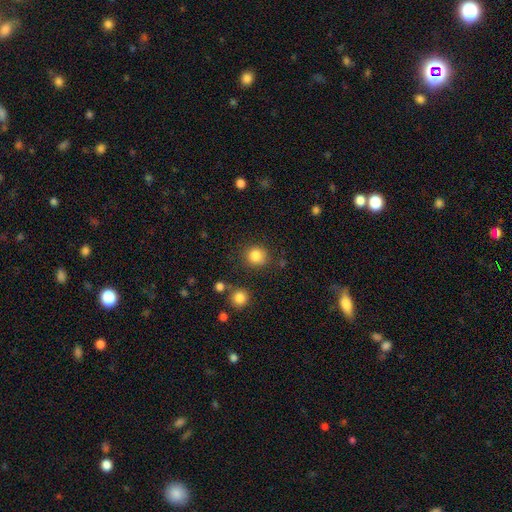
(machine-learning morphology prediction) smooth 84%, star or artifact 11%, featured or disk 5%. Down the decision tree: how rounded — round (88%); merging — none (82%).